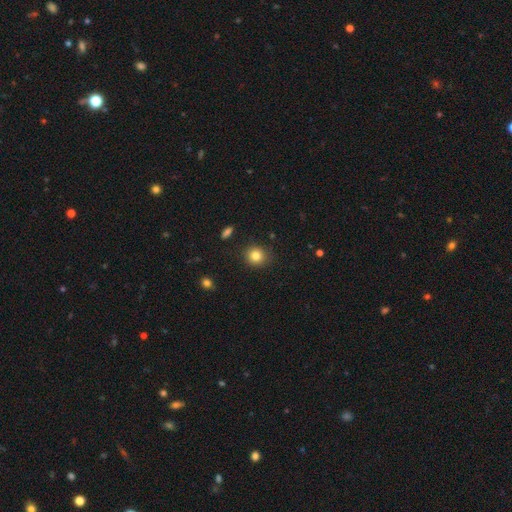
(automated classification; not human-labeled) Q: Smooth or featured?
A: smooth (83%); runner-up: star or artifact (11%)
Q: How rounded?
A: round (87%); runner-up: in between (12%)
Q: Merging?
A: none (86%); runner-up: minor disturbance (10%)